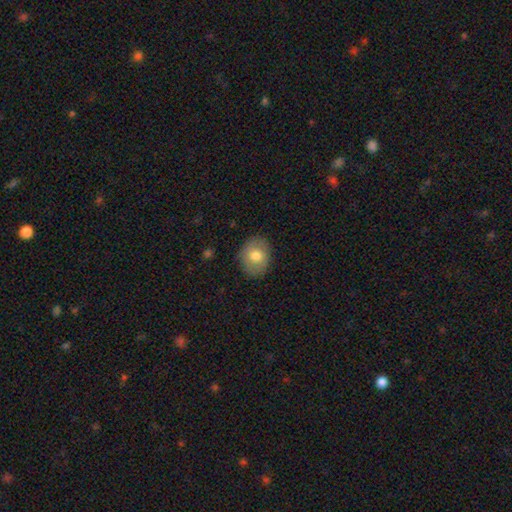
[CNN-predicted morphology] This is likely a smooth galaxy (74%). How rounded: possibly in between (50%). Merging: clearly none (85%).